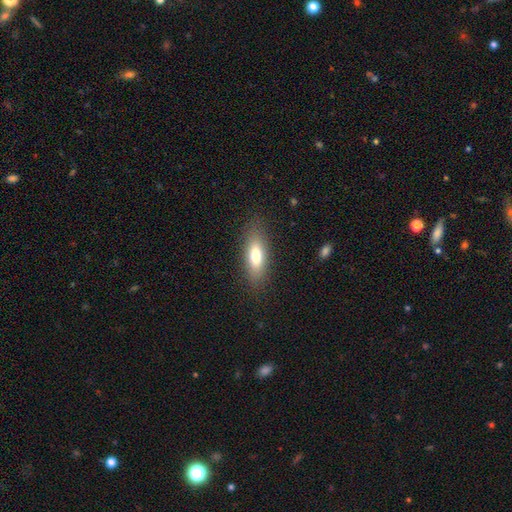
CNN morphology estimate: type=smooth (75%); roundness=in between (65%); merging=none (83%).